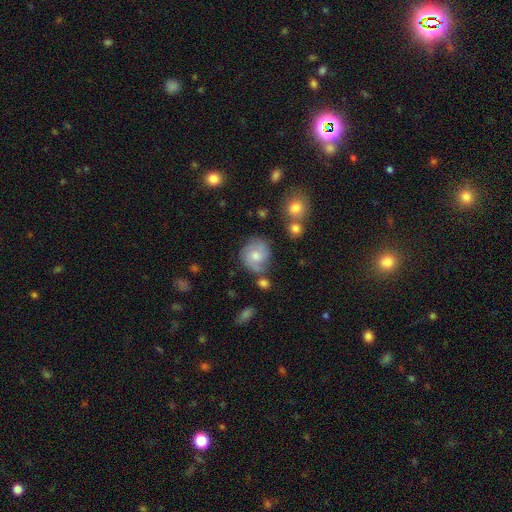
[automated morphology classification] featured or disk 55%, smooth 37%, star or artifact 8%. Down the decision tree: edge-on disk — no (97%); bar — no (65%); spiral arms — yes (88%); bulge size — moderate (63%); merging — none (67%).